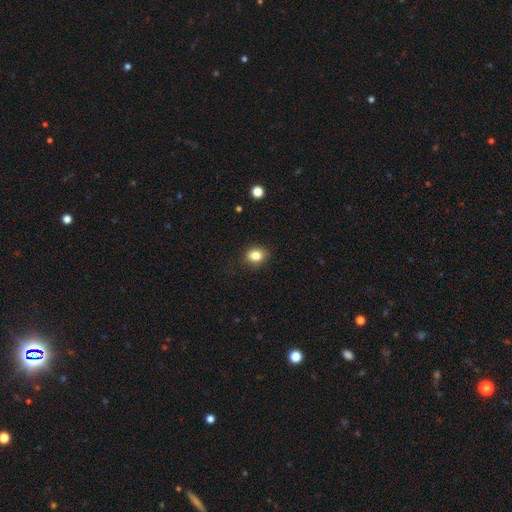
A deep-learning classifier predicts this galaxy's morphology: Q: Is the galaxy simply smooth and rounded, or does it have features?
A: smooth — 83%.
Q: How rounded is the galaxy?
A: in between — 54%.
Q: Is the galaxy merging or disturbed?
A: none — 82%.